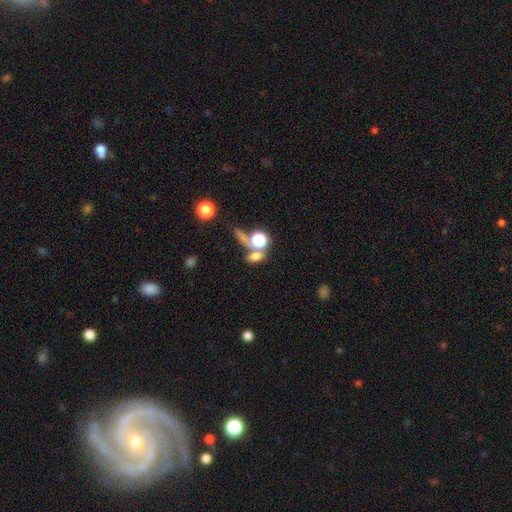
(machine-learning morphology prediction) Smooth or featured? smooth (65%)
How rounded? in between (54%)
Merging? none (49%)